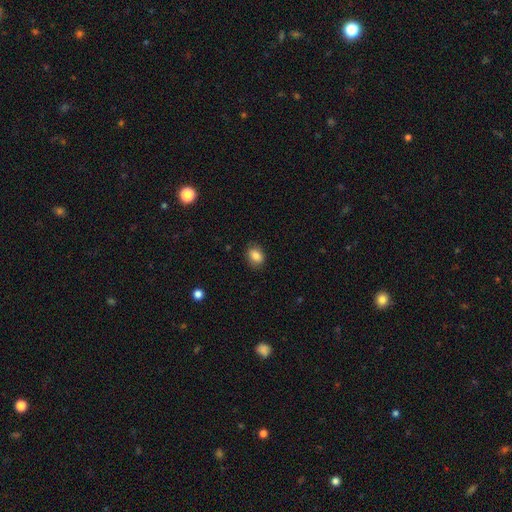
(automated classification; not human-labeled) Overall: smooth (84%). How rounded: in between (63%; round 36%). Merging: none (86%).